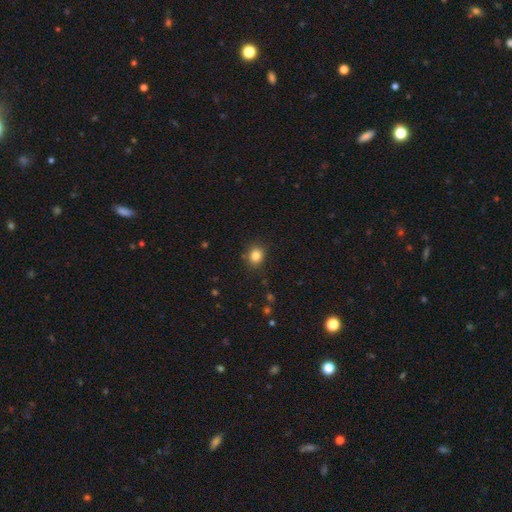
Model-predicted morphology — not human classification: Overall: smooth (83%). How rounded: round (75%). Merging: none (86%).